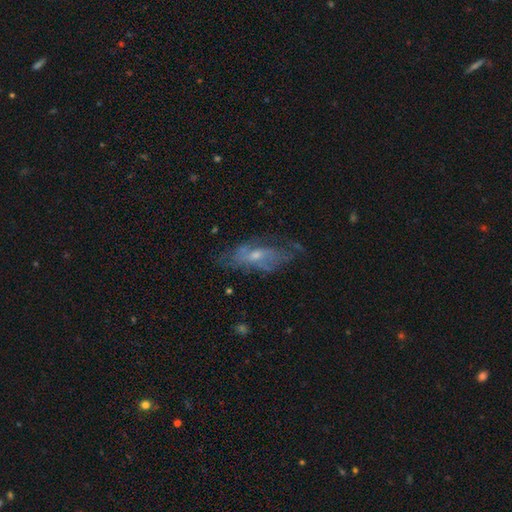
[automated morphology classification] The model was most divided on "bulge size": small: 50%, moderate: 42%, none: 5%, large: 3%, dominant: 1%. More confident: edge-on disk — no (86%); smooth or featured — featured or disk (62%); bar — no (61%); spiral arms — yes (60%); merging — none (52%).